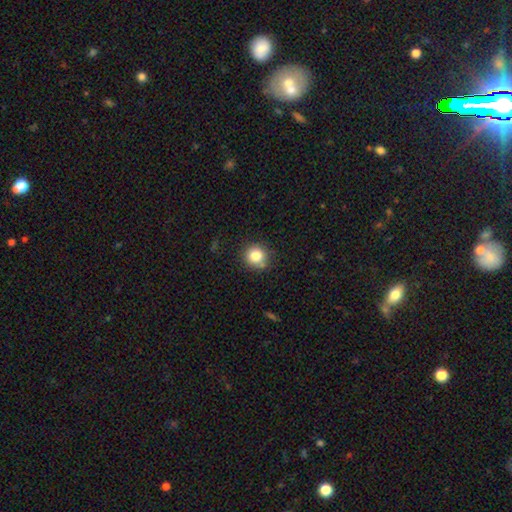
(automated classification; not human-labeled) The model was most divided on "merging": none: 81%, minor disturbance: 12%, merger: 4%, major disturbance: 3%. More confident: how rounded — round (92%); smooth or featured — smooth (82%).